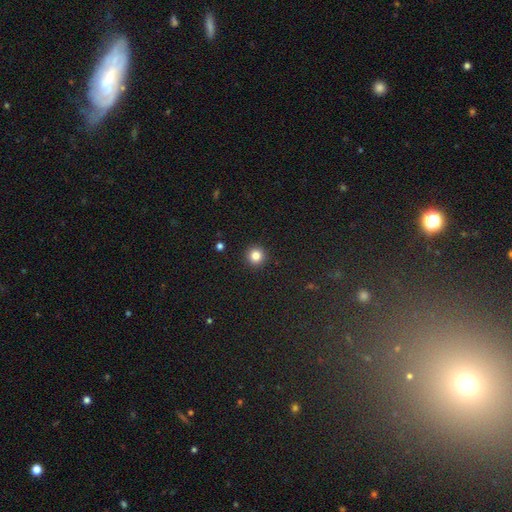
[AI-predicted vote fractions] A smooth galaxy with no disk features (83%) that is round (95%). Merging: none (93%).